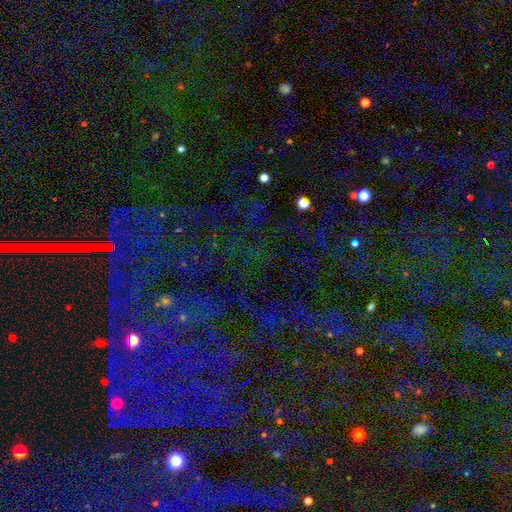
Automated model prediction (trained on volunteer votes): Smooth or featured: star or artifact — 76% (smooth — 13%)